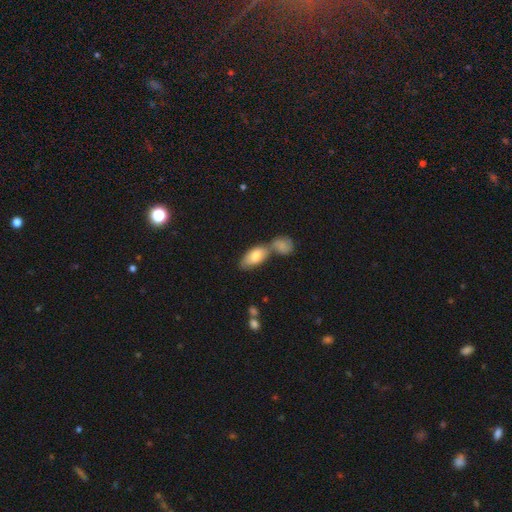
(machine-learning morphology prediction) This is likely a smooth galaxy (76%). How rounded: clearly in between (89%). Merging: possibly merger (48%).